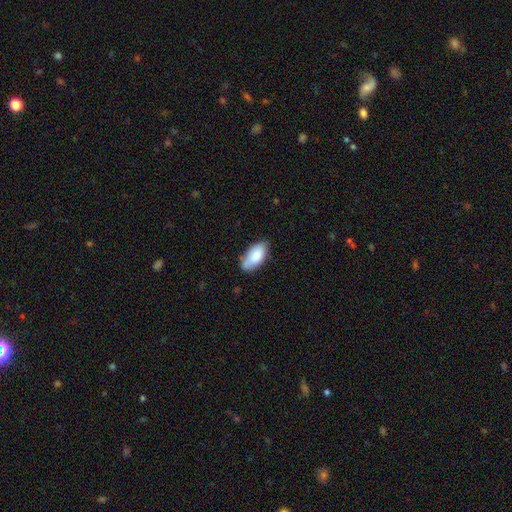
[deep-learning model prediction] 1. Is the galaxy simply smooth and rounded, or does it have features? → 82% smooth, 11% featured or disk, 6% star or artifact.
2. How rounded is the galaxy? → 93% in between, 5% cigar-shaped, 2% round.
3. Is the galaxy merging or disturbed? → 66% none, 26% minor disturbance, 4% major disturbance, 4% merger.